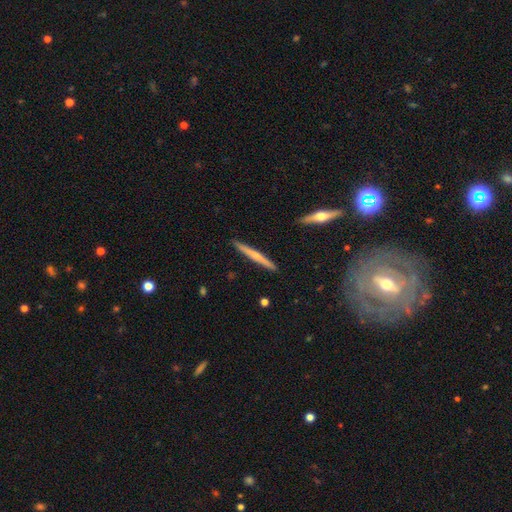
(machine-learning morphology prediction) Smooth or featured: featured or disk — 56% (smooth — 38%)
Edge-on disk: yes — 98% (no — 2%)
Edge-on bulge: rounded — 62% (none — 33%)
Merging: none — 91% (minor disturbance — 6%)